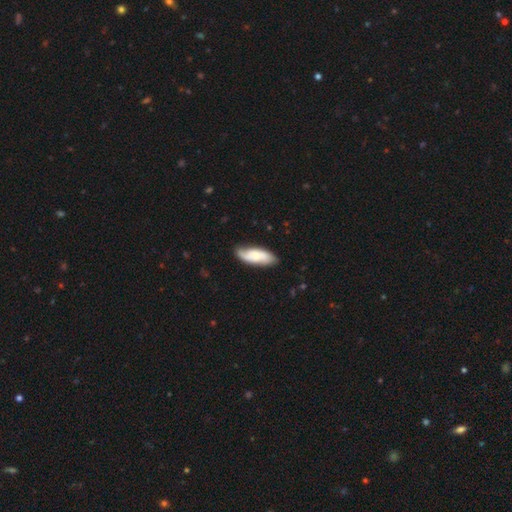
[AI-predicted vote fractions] Smooth or featured?
  - smooth: 49% *
  - featured or disk: 45%
  - star or artifact: 6%
Merging?
  - none: 77% *
  - minor disturbance: 18%
  - major disturbance: 4%
  - merger: 2%